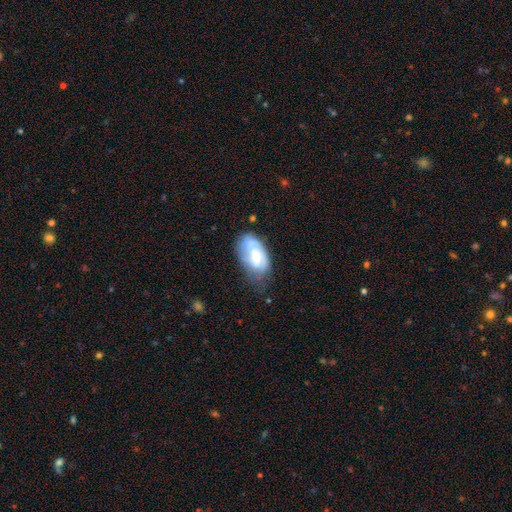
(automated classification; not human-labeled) Q: Smooth or featured?
A: featured or disk (50%); runner-up: smooth (43%)
Q: Edge-on disk?
A: no (95%); runner-up: yes (5%)
Q: Merging?
A: none (45%); runner-up: minor disturbance (35%)